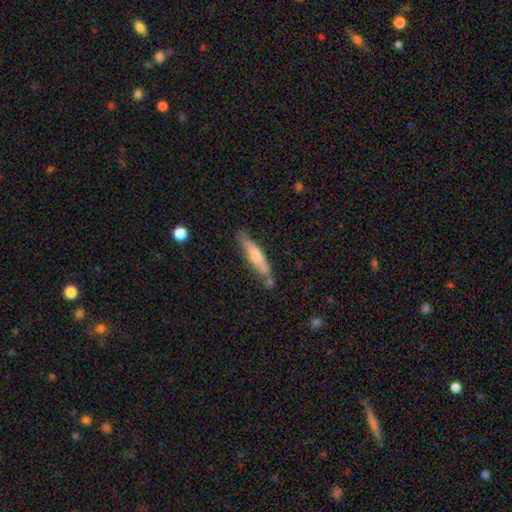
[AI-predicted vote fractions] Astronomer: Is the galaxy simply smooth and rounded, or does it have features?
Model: smooth — 54% (runner-up: featured or disk, 40%).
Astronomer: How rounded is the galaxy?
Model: cigar-shaped — 86%.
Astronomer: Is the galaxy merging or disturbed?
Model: none — 74%.